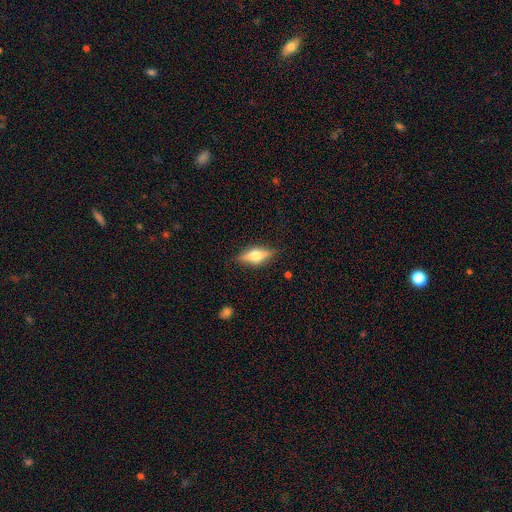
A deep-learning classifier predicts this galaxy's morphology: Overall: featured or disk (52%; smooth 42%). Edge-on disk: yes (92%). Merging: none (86%).